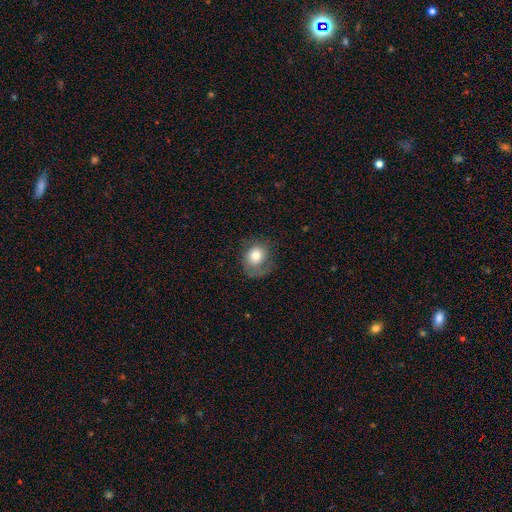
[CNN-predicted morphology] This is likely a smooth galaxy (68%). How rounded: likely round (60%). Merging: possibly none (54%).